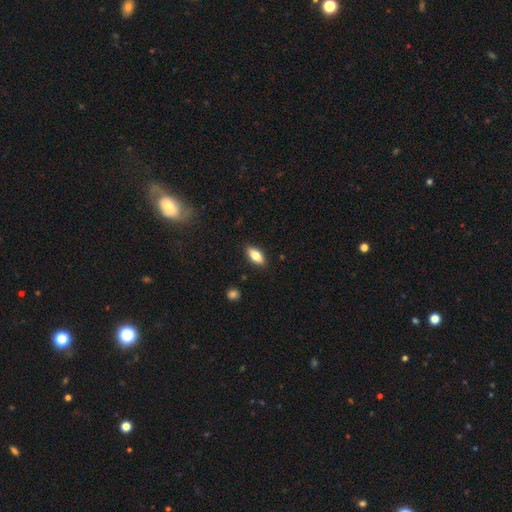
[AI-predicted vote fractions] Smooth or featured?
  - smooth: 74% *
  - featured or disk: 19%
  - star or artifact: 7%
How rounded?
  - in between: 83% *
  - cigar-shaped: 14%
  - round: 3%
Merging?
  - none: 87% *
  - minor disturbance: 9%
  - major disturbance: 2%
  - merger: 1%